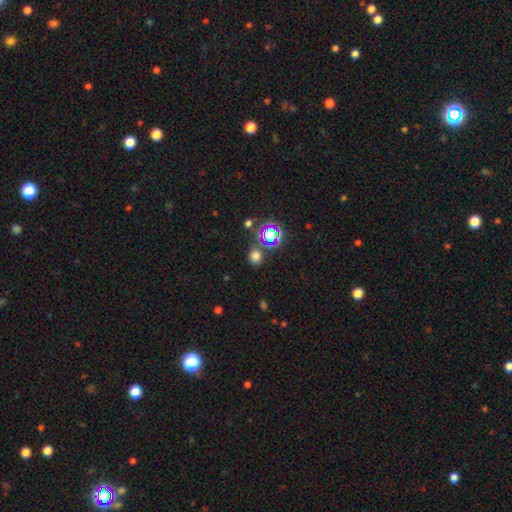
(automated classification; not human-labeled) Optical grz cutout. It shows a smooth galaxy with no disk features (66%) that is round (58%). Merging: none (76%).